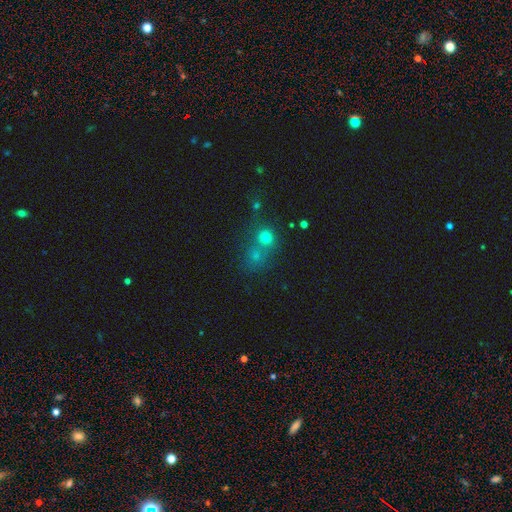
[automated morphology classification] This is likely a smooth galaxy (60%). How rounded: likely round (80%). Merging: possibly merger (48%).